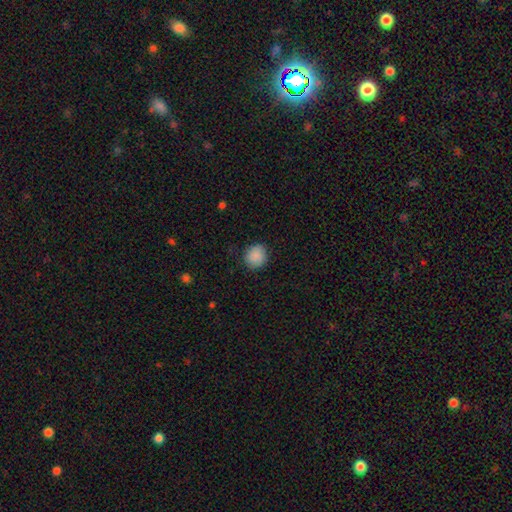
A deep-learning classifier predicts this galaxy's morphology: This appears to be a smooth galaxy with no disk features (89%) that is round (82%). Merging: none (87%).